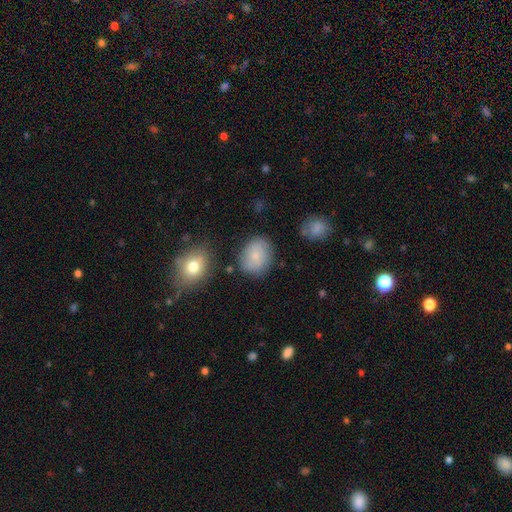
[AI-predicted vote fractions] Overall: smooth (75%). How rounded: round (50%; in between 49%). Merging: none (76%).